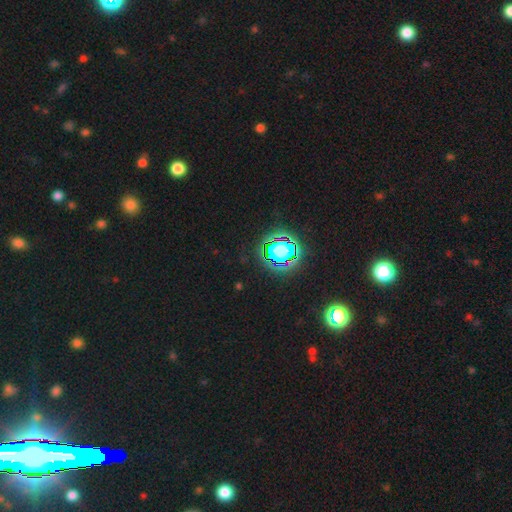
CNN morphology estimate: smooth_or_featured: star or artifact (p=0.80) [alt: smooth p=0.12]